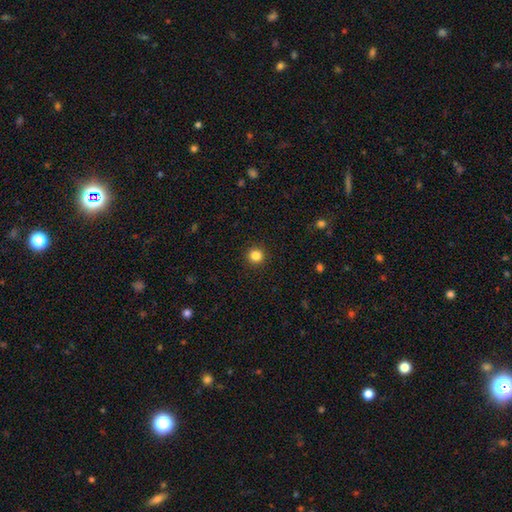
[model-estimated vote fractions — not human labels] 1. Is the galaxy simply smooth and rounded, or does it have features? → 84% smooth, 12% star or artifact, 4% featured or disk.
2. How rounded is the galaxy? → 95% round, 4% in between, 1% cigar-shaped.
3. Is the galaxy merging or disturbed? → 93% none, 5% minor disturbance, 2% major disturbance, 1% merger.